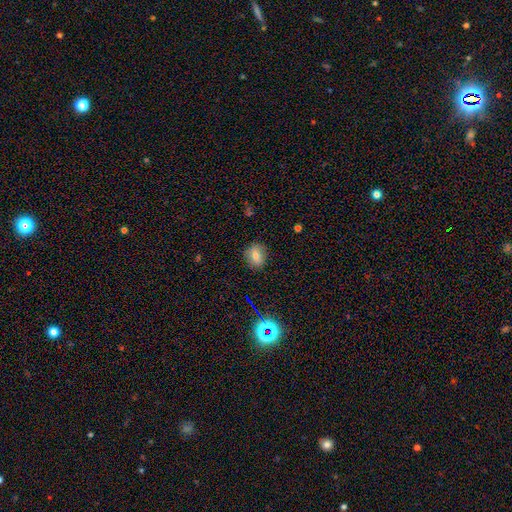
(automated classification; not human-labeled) smooth 70%, star or artifact 16%, featured or disk 14%. Down the decision tree: how rounded — round (67%); merging — none (86%).